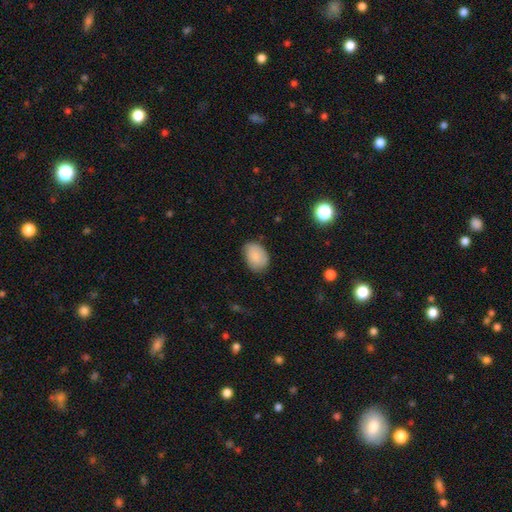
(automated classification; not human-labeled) Smooth or featured?
  - smooth: 85% *
  - featured or disk: 8%
  - star or artifact: 8%
How rounded?
  - in between: 81% *
  - round: 18%
  - cigar-shaped: 1%
Merging?
  - none: 73% *
  - minor disturbance: 22%
  - major disturbance: 4%
  - merger: 1%